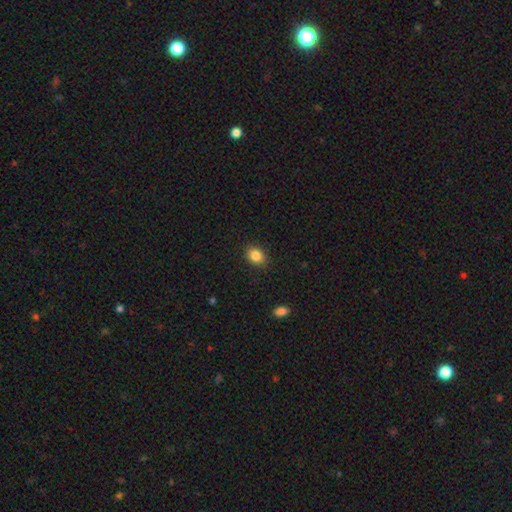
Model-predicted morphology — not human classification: Smooth or featured: smooth — 85% (star or artifact — 10%)
How rounded: in between — 52% (round — 47%)
Merging: none — 88% (minor disturbance — 9%)